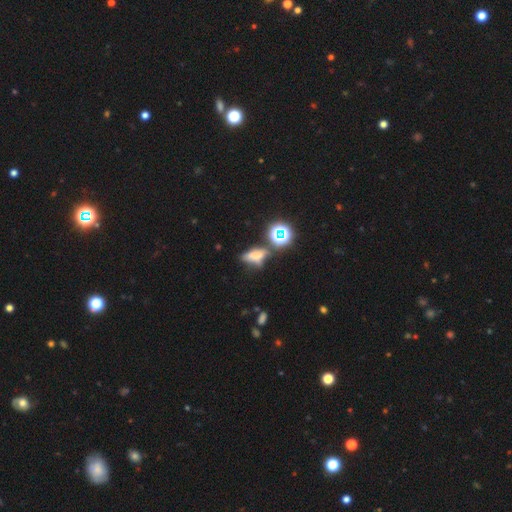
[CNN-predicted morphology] The model was most divided on "merging": none: 46%, minor disturbance: 24%, merger: 16%, major disturbance: 14%. More confident: how rounded — in between (67%); smooth or featured — smooth (56%).